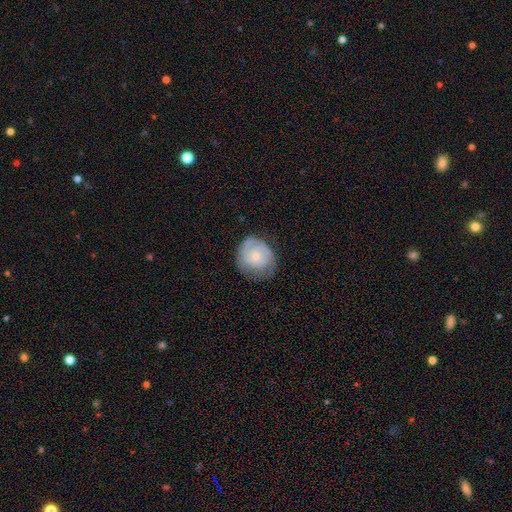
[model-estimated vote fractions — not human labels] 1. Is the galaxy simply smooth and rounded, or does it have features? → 59% featured or disk, 35% smooth, 6% star or artifact.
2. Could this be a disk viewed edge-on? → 97% no, 3% yes.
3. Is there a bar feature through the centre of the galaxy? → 79% no, 18% weak, 3% strong.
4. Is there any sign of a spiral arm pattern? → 83% yes, 17% no.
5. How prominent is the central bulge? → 62% small, 32% moderate, 3% none, 2% large, 1% dominant.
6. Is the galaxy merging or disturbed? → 67% none, 23% minor disturbance, 9% major disturbance, 1% merger.